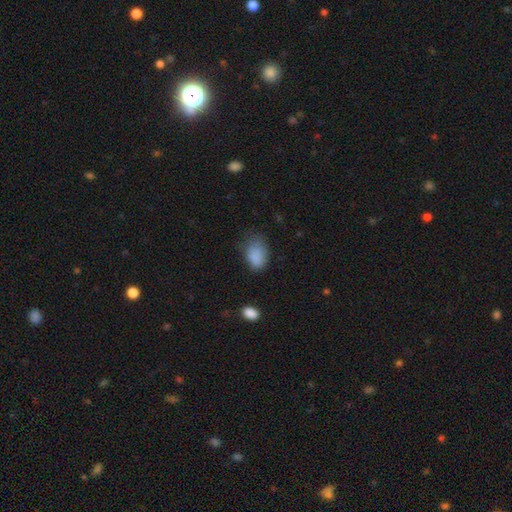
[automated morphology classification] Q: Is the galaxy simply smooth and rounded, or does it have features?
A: smooth — 85%.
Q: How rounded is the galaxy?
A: in between — 84%.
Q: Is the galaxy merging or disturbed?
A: none — 52%.